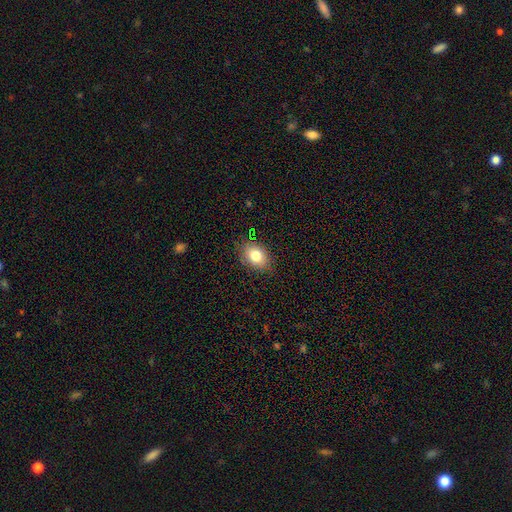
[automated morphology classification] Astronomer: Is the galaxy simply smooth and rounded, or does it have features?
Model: smooth — 79%.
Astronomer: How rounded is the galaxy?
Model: in between — 67%.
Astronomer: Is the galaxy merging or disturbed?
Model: none — 84%.